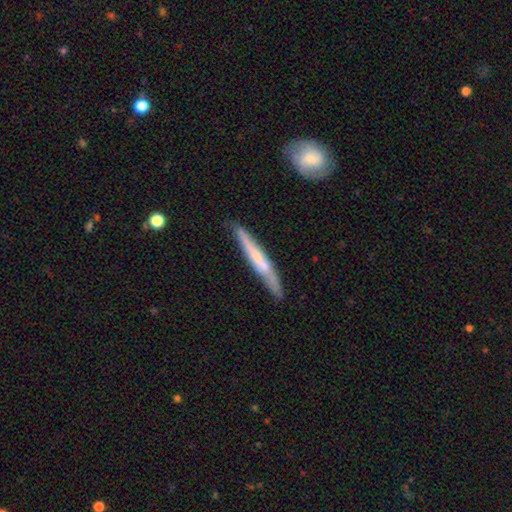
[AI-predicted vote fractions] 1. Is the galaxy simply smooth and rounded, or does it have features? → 54% featured or disk, 39% smooth, 7% star or artifact.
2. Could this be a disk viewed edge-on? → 92% yes, 8% no.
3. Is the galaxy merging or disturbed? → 83% none, 13% minor disturbance, 2% major disturbance, 2% merger.